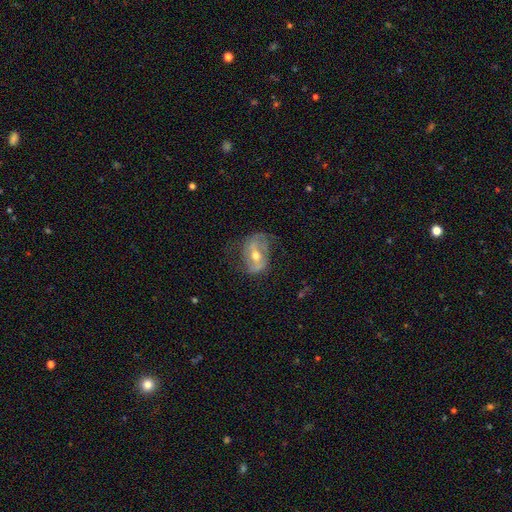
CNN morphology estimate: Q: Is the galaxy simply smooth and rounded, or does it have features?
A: featured or disk — 75%.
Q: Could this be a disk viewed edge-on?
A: no — 95%.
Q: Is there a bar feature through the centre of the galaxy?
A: weak — 39%.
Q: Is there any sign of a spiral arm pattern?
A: yes — 79%.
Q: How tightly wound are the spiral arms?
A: loose — 44%.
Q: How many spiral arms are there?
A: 2 — 80%.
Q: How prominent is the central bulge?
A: moderate — 73%.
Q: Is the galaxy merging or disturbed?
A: none — 61%.